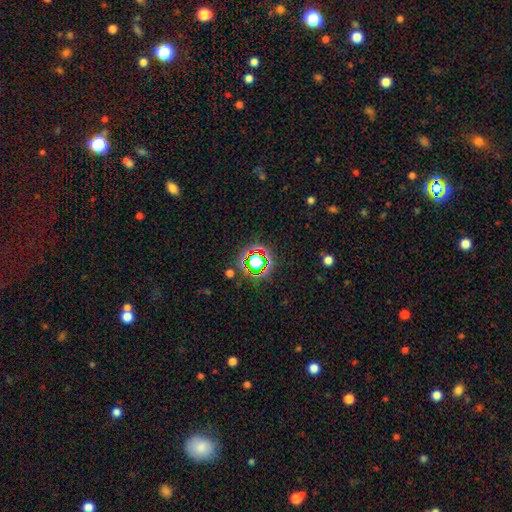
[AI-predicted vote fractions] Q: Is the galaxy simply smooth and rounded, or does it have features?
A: star or artifact — 61%.